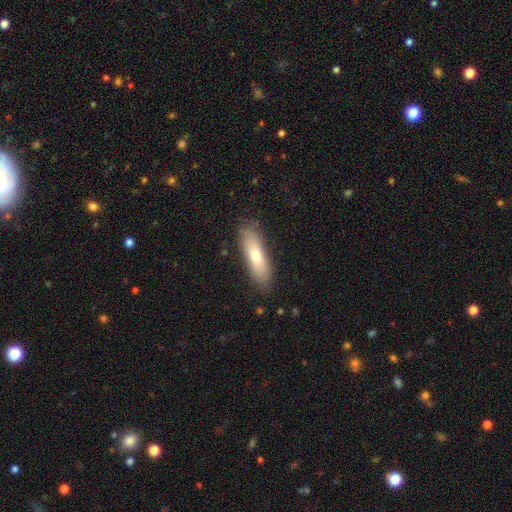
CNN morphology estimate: A smooth galaxy with no disk features (72%) that is cigar-shaped (59%). Merging: none (84%).